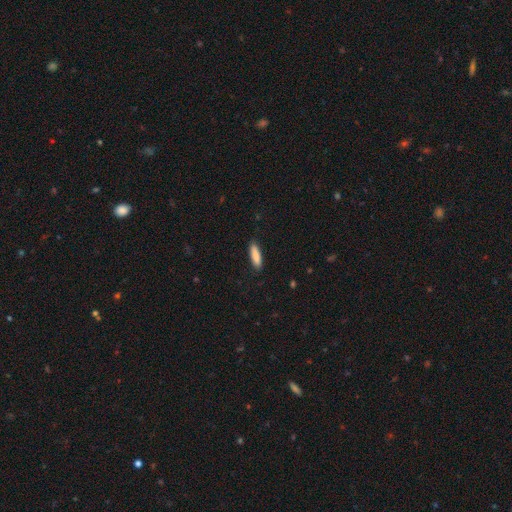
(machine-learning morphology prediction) This is clearly a smooth galaxy (87%). How rounded: likely cigar-shaped (65%). Merging: clearly none (87%).